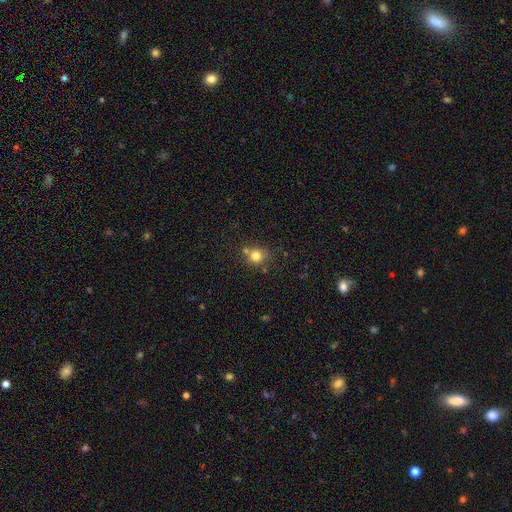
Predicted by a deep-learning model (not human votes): Smooth or featured? smooth (78%)
How rounded? round (86%)
Merging? none (66%)